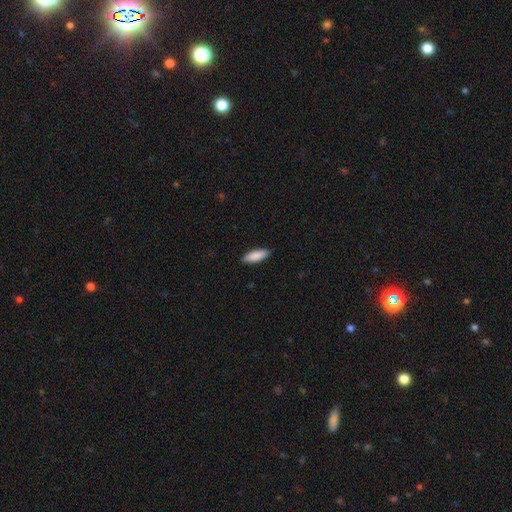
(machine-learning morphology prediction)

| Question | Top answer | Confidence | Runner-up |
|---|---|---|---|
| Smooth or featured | smooth | 90% | star or artifact (5%) |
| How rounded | in between | 59% | cigar-shaped (39%) |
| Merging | none | 90% | minor disturbance (8%) |